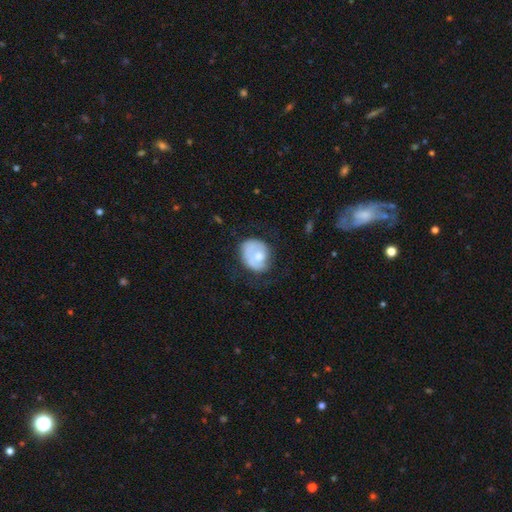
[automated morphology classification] Overall: smooth (59%; featured or disk 35%). How rounded: round (54%; in between 45%). Merging: none (47%; minor disturbance 31%).